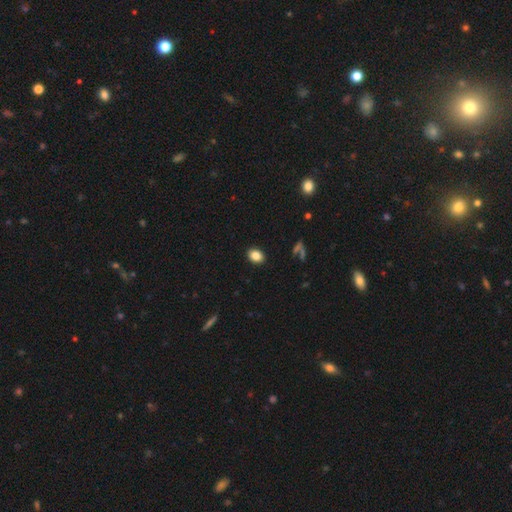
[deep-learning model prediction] Smooth or featured? Predicted: smooth (p=0.85). How rounded? Predicted: in between (p=0.68). Merging? Predicted: none (p=0.90).